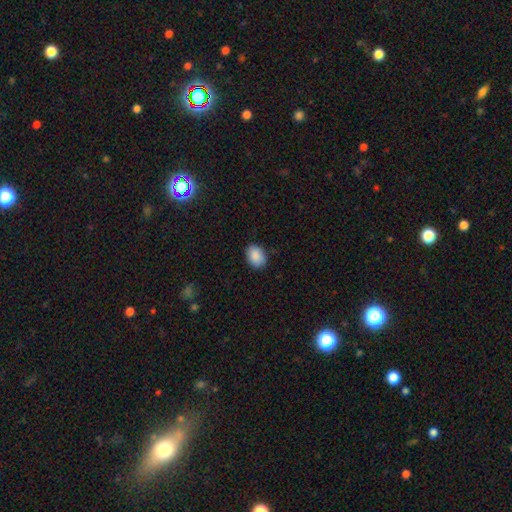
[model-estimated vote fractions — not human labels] Smooth or featured? smooth (89%)
How rounded? in between (71%)
Merging? none (84%)